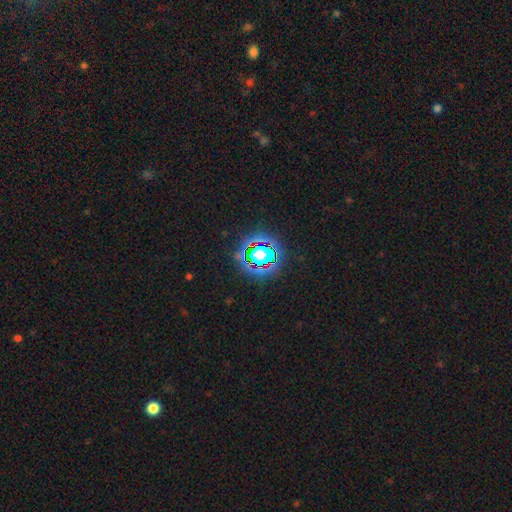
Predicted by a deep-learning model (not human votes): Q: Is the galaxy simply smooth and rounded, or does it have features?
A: star or artifact — 77%.